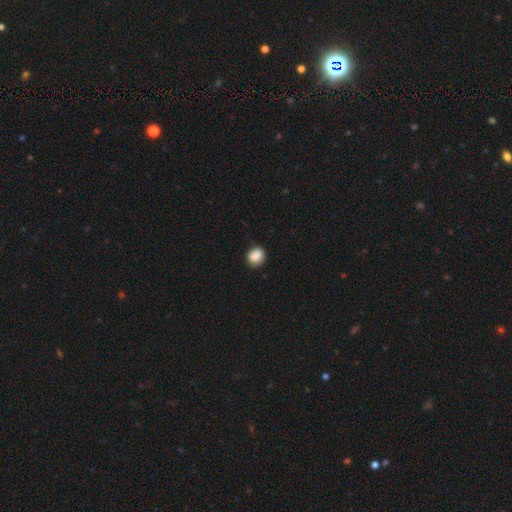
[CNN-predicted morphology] smooth 88%, star or artifact 8%, featured or disk 4%. Down the decision tree: how rounded — round (66%); merging — none (83%).